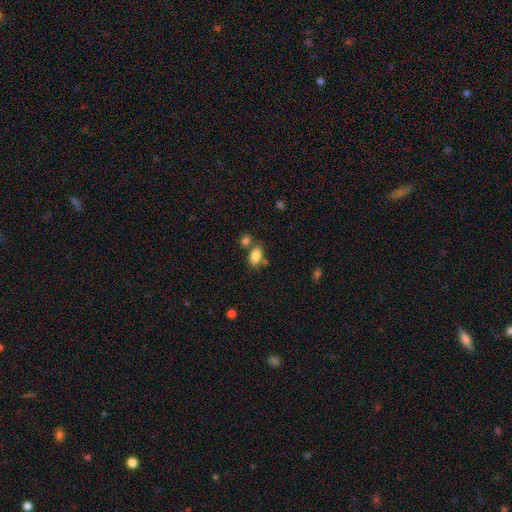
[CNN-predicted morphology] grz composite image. It shows a smooth galaxy with no disk features (84%) that is in between round and cigar-shaped (88%). Merging: none (58%).